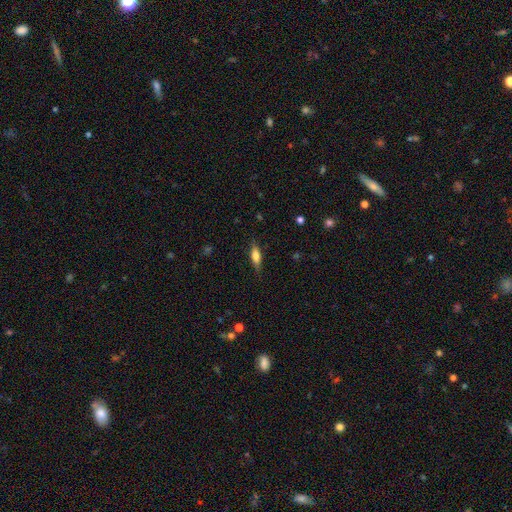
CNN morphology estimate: Overall: smooth (62%; featured or disk 31%). How rounded: in between (50%; cigar-shaped 47%). Merging: none (82%).